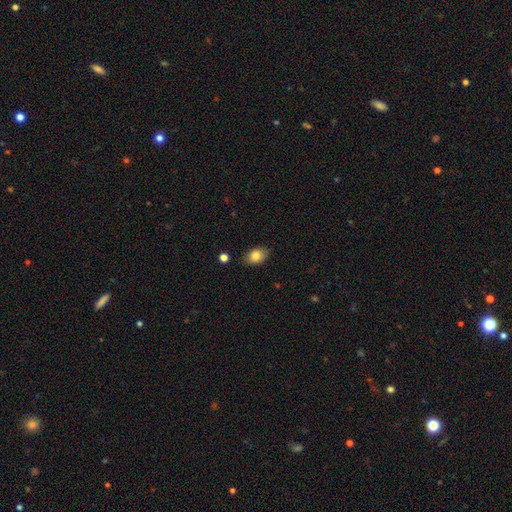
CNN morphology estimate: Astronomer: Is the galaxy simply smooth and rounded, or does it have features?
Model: smooth — 83%.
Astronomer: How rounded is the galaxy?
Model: in between — 83%.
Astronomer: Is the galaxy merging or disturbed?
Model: none — 83%.